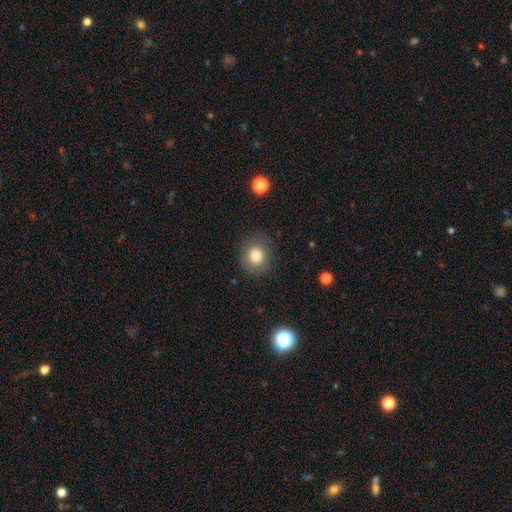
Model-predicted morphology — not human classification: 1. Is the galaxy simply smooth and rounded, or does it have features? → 80% smooth, 11% featured or disk, 9% star or artifact.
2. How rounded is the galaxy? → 77% round, 22% in between, 1% cigar-shaped.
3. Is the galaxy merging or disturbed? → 83% none, 12% minor disturbance, 4% major disturbance, 1% merger.